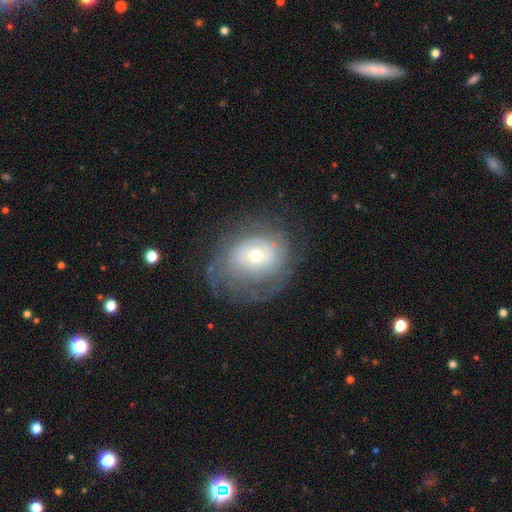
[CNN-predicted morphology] Smooth or featured: featured or disk — 61% (smooth — 30%)
Edge-on disk: no — 96% (yes — 4%)
Bar: no — 73% (weak — 22%)
Spiral arms: yes — 71% (no — 29%)
Bulge size: moderate — 48% (small — 44%)
Merging: none — 63% (minor disturbance — 20%)